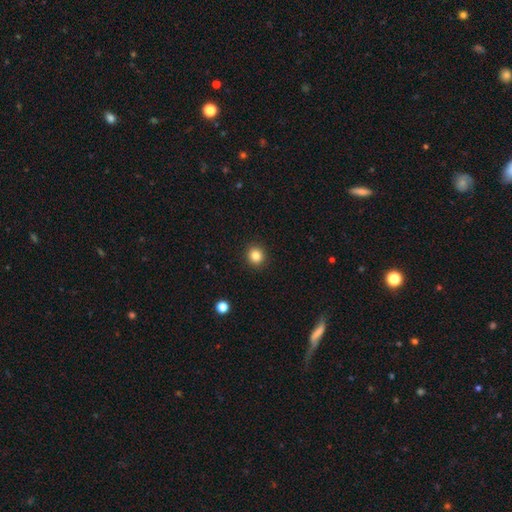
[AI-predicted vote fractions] smooth_or_featured: smooth (p=0.84) [alt: star or artifact p=0.11]
how_rounded: round (p=0.89) [alt: in between p=0.11]
merging: none (p=0.92) [alt: minor disturbance p=0.05]